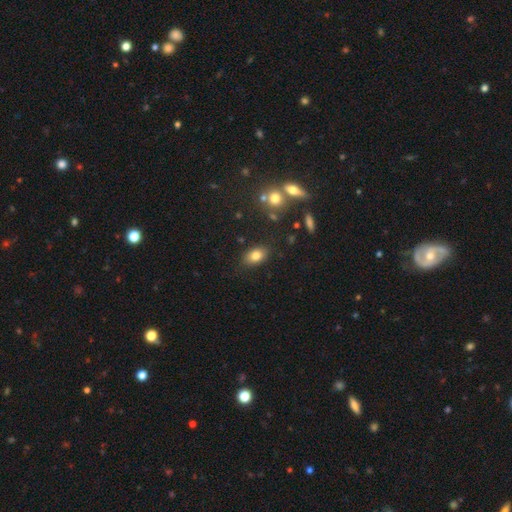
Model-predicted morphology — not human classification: Smooth or featured: smooth — 80% (star or artifact — 10%)
How rounded: in between — 84% (round — 14%)
Merging: none — 84% (minor disturbance — 11%)